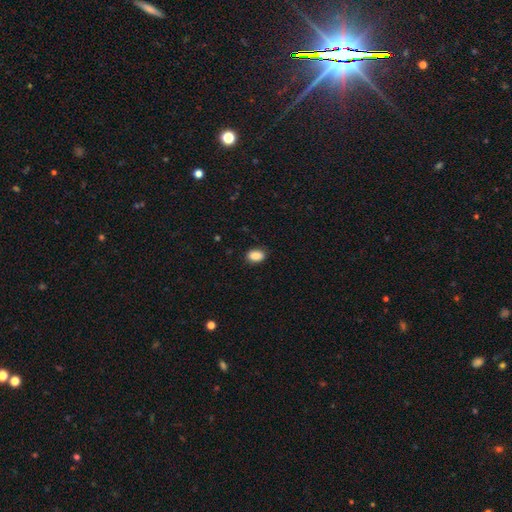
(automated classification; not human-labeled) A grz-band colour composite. It shows a smooth galaxy with no disk features (88%) that is in between round and cigar-shaped (83%). Merging: none (87%).